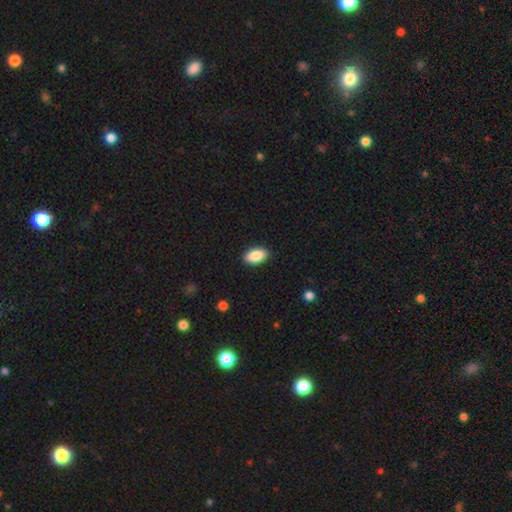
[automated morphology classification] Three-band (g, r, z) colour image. It shows a smooth galaxy with no disk features (89%) that is in between round and cigar-shaped (94%). Merging: none (88%).